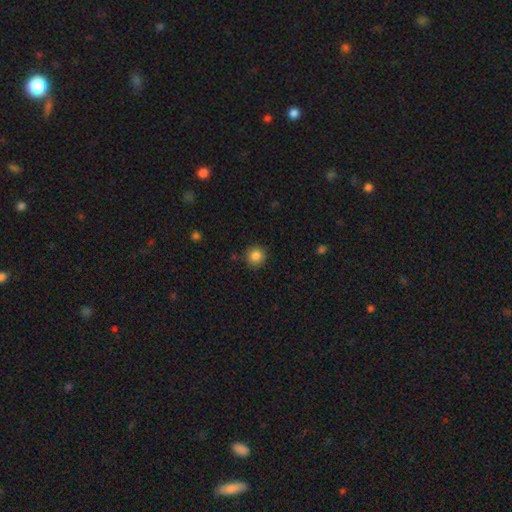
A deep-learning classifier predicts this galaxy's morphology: smooth 85%, star or artifact 10%, featured or disk 4%. Down the decision tree: how rounded — round (92%); merging — none (88%).